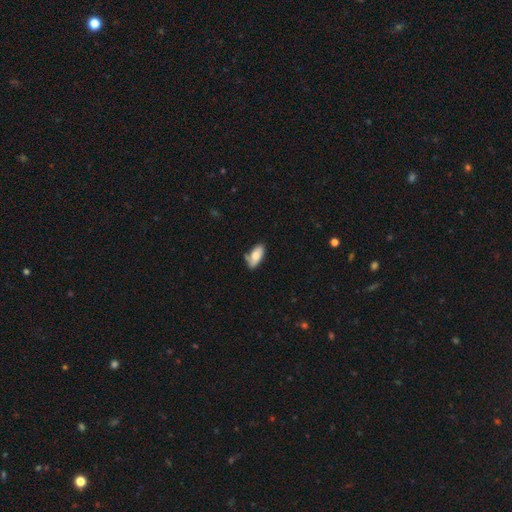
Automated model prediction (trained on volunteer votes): Overall: smooth (70%). How rounded: in between (90%). Merging: none (59%; minor disturbance 28%).